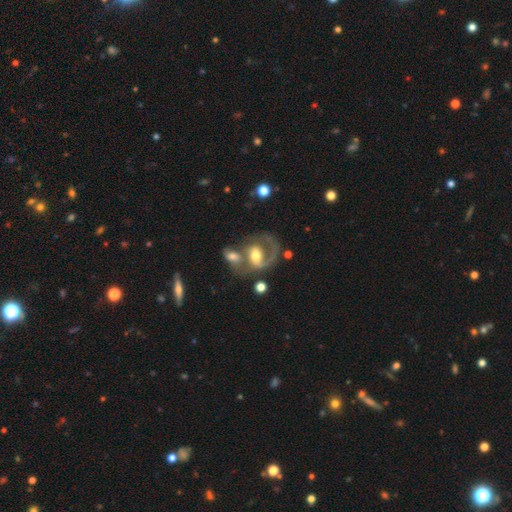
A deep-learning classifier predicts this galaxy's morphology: This appears to be a featured or disk galaxy (75%) with no bar (43%), 1 (56%) medium (46%) spiral arms (85%) and a moderate central bulge (66%). Merging: merger (43%).